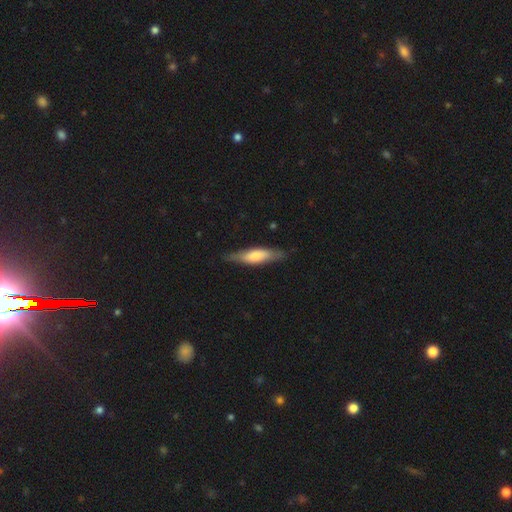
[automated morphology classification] This appears to be a smooth galaxy with no disk features (62%) that is cigar-shaped (68%). Merging: none (79%).